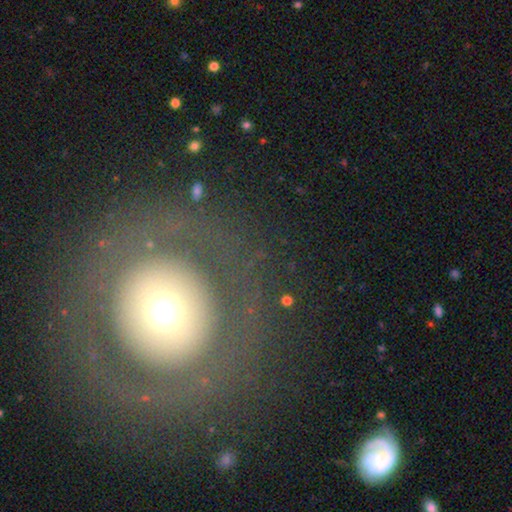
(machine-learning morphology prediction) A smooth galaxy with no disk features (52%) that is round (90%). Merging: none (77%).